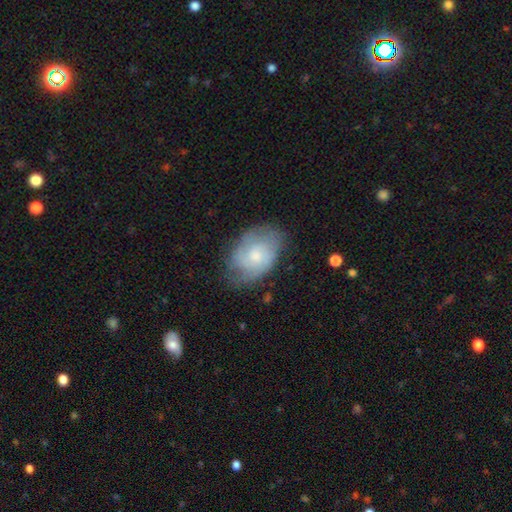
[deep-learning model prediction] Morphology: type=featured or disk (56%); edge-on=no (96%); bar=no (72%); spiral arms=yes (80%); bulge=moderate (46%); merging=none (65%).